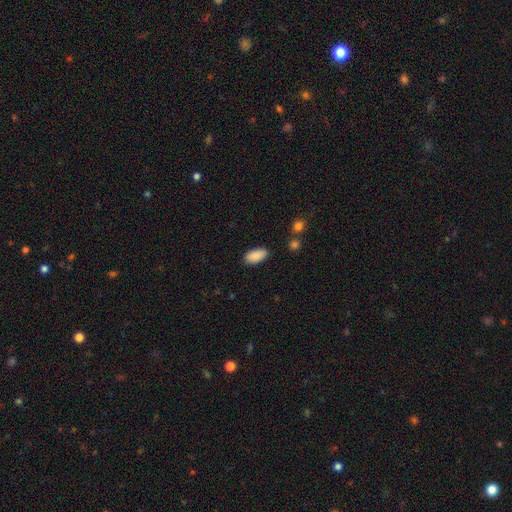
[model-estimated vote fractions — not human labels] A smooth galaxy with no disk features (90%) that is in between round and cigar-shaped (93%).

Vote fractions:
- Smooth or featured? smooth: 90% / star or artifact: 7% / featured or disk: 3%
- How rounded? in between: 93% / cigar-shaped: 5% / round: 3%
- Merging? none: 86% / minor disturbance: 10% / major disturbance: 2% / merger: 2%